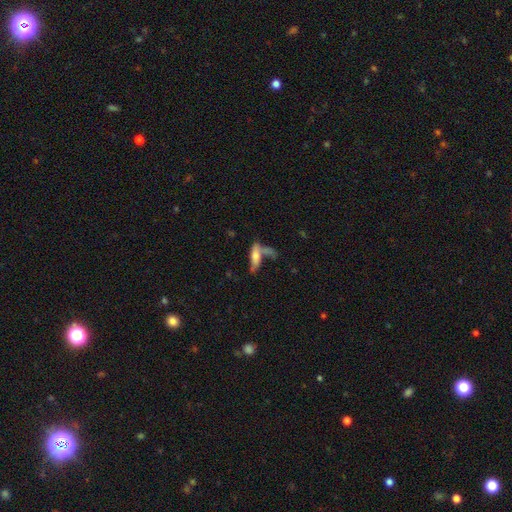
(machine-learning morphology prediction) A smooth galaxy with no disk features (58%) that is cigar-shaped (51%). Merging: none (37%).